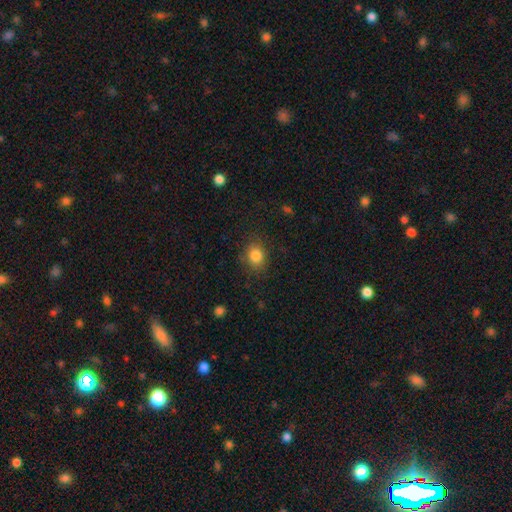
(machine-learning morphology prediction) A smooth galaxy with no disk features (83%) that is round (67%).

Vote fractions:
- Smooth or featured? smooth: 83% / star or artifact: 11% / featured or disk: 6%
- How rounded? round: 67% / in between: 32% / cigar-shaped: 1%
- Merging? none: 83% / minor disturbance: 12% / major disturbance: 4% / merger: 1%